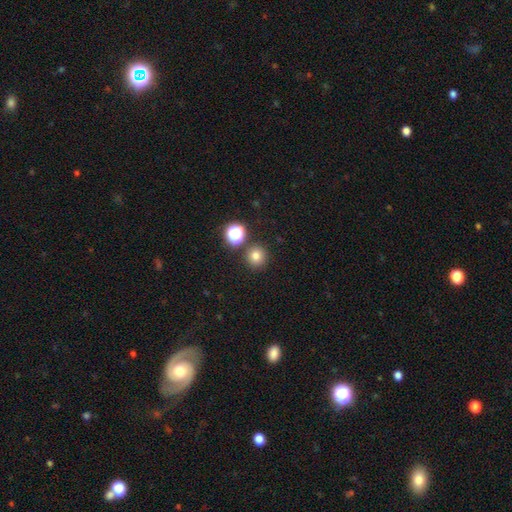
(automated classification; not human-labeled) Morphology: type=smooth (77%); roundness=round (93%); merging=none (85%).